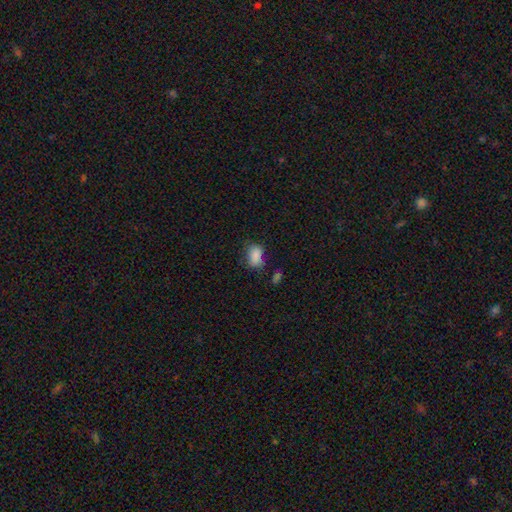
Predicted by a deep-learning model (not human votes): Smooth or featured?
  - smooth: 83% *
  - star or artifact: 10%
  - featured or disk: 7%
How rounded?
  - in between: 84% *
  - round: 14%
  - cigar-shaped: 2%
Merging?
  - none: 52% *
  - minor disturbance: 29%
  - major disturbance: 12%
  - merger: 7%